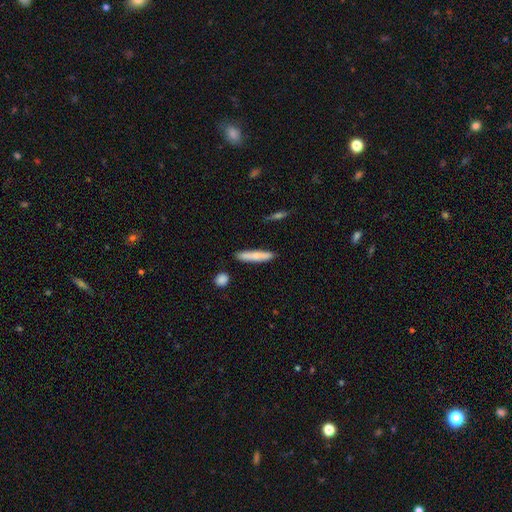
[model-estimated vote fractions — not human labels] Q: Smooth or featured?
A: smooth (74%); runner-up: featured or disk (20%)
Q: How rounded?
A: cigar-shaped (88%); runner-up: in between (11%)
Q: Merging?
A: none (86%); runner-up: minor disturbance (10%)